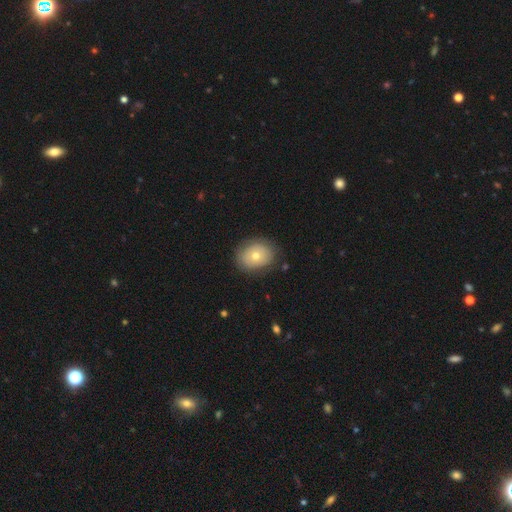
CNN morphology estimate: Smooth or featured?
  - smooth: 61% *
  - featured or disk: 30%
  - star or artifact: 8%
How rounded?
  - in between: 54% *
  - round: 45%
  - cigar-shaped: 1%
Merging?
  - none: 81% *
  - minor disturbance: 14%
  - major disturbance: 4%
  - merger: 1%